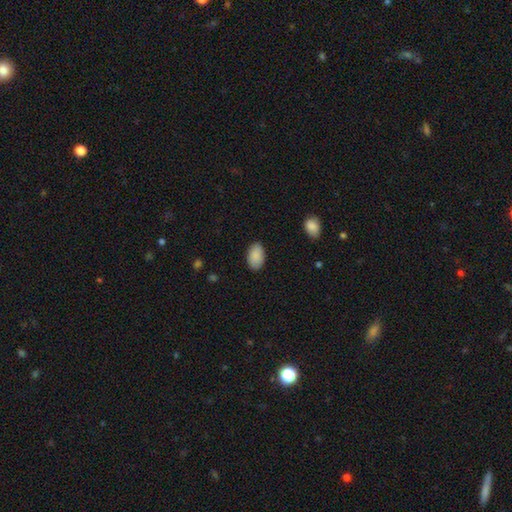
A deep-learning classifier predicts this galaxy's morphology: A smooth galaxy with no disk features (90%) that is in between round and cigar-shaped (92%). Merging: none (86%).